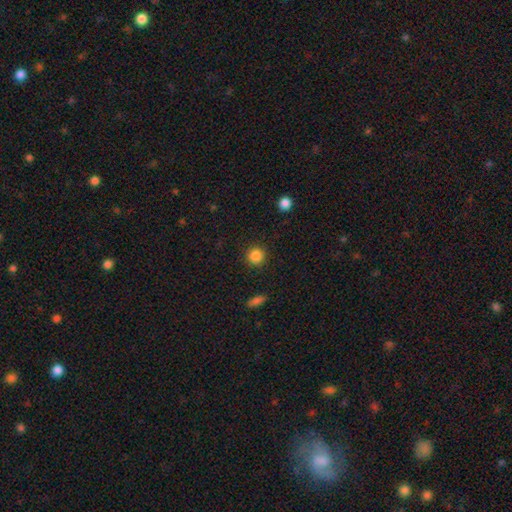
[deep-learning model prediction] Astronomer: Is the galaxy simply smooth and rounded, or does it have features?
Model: smooth — 86%.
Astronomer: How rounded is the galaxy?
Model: round — 93%.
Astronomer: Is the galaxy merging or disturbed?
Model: none — 91%.